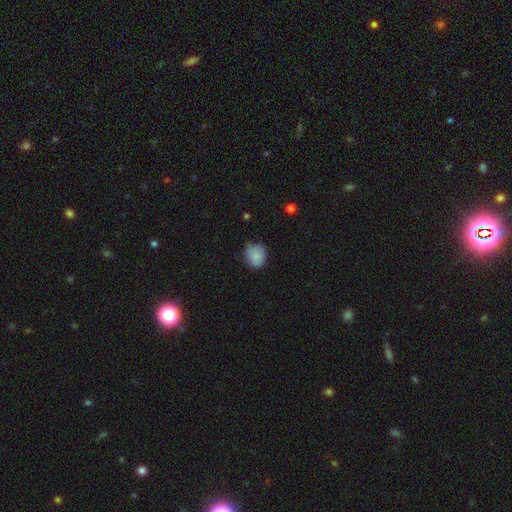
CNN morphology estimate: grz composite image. It shows a smooth galaxy with no disk features (81%) that is round (65%). Merging: none (64%).